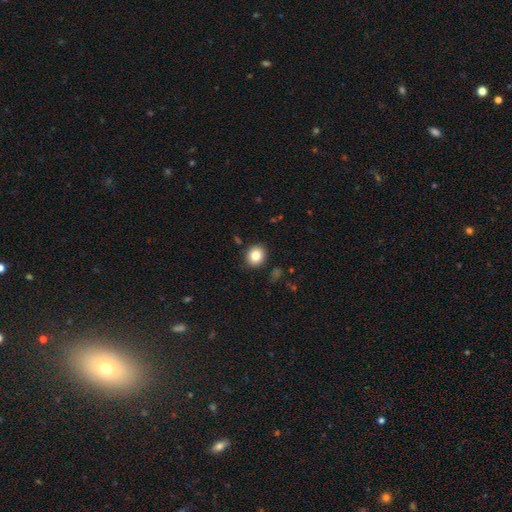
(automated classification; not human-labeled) A smooth galaxy with no disk features (83%) that is round (78%).

Vote fractions:
- Smooth or featured? smooth: 83% / star or artifact: 10% / featured or disk: 7%
- How rounded? round: 78% / in between: 21% / cigar-shaped: 1%
- Merging? none: 88% / minor disturbance: 8% / major disturbance: 2% / merger: 2%